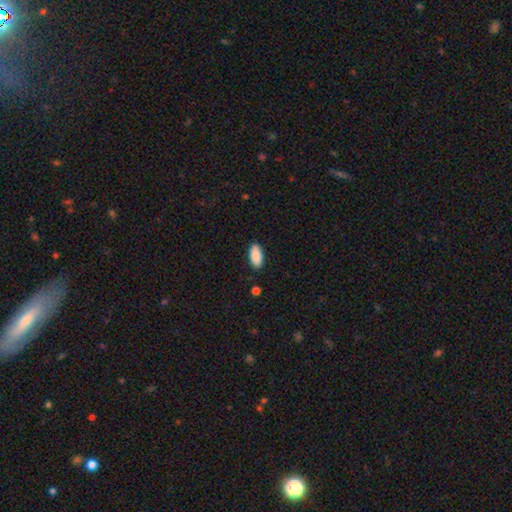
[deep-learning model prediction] Morphology: type=smooth (88%); roundness=in between (91%); merging=none (88%).